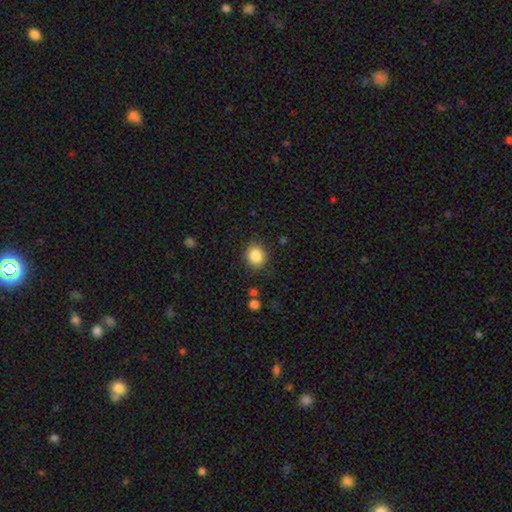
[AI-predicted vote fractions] Smooth or featured? Predicted: smooth (p=0.86). How rounded? Predicted: round (p=0.73). Merging? Predicted: none (p=0.85).